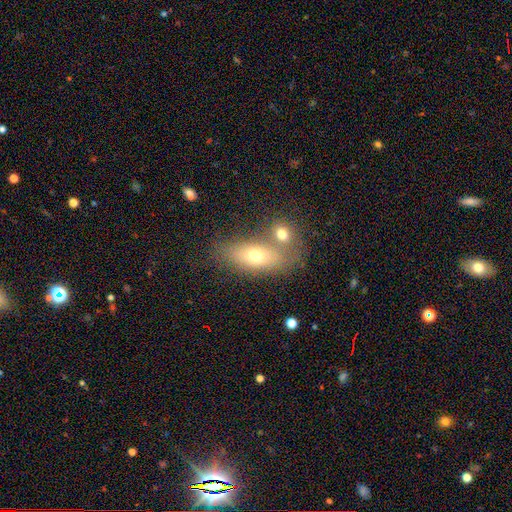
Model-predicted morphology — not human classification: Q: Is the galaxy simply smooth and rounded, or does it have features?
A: smooth — 65%.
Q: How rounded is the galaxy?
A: in between — 75%.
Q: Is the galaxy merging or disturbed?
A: none — 47%.